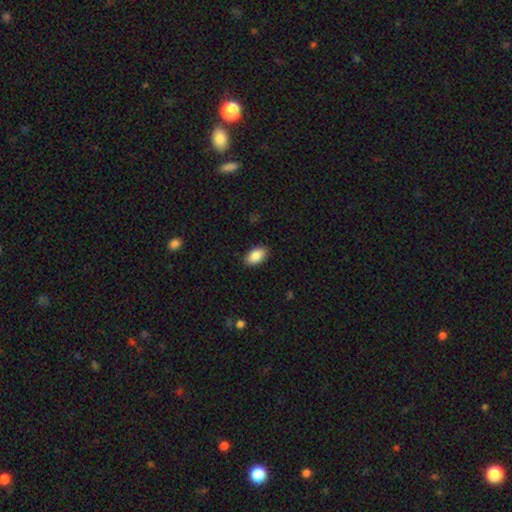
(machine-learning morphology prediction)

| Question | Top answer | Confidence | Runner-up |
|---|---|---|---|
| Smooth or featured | smooth | 88% | star or artifact (7%) |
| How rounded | in between | 93% | round (5%) |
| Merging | none | 89% | minor disturbance (8%) |